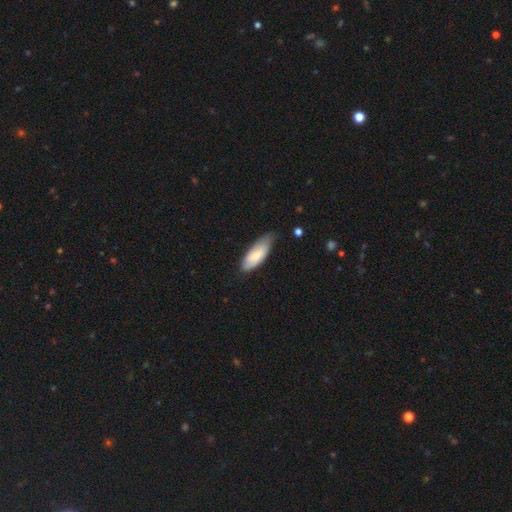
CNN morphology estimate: smooth_or_featured: smooth (p=0.74) [alt: featured or disk p=0.20]
how_rounded: in between (p=0.75) [alt: cigar-shaped p=0.23]
merging: none (p=0.58) [alt: minor disturbance p=0.34]